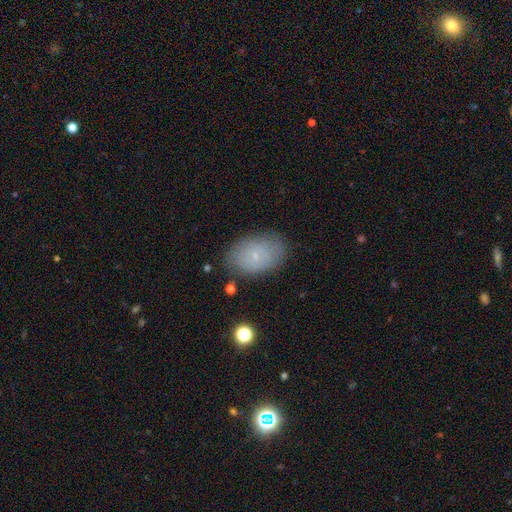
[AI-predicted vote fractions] Q: Smooth or featured?
A: smooth (60%); runner-up: featured or disk (31%)
Q: How rounded?
A: in between (87%); runner-up: round (12%)
Q: Merging?
A: none (77%); runner-up: minor disturbance (17%)